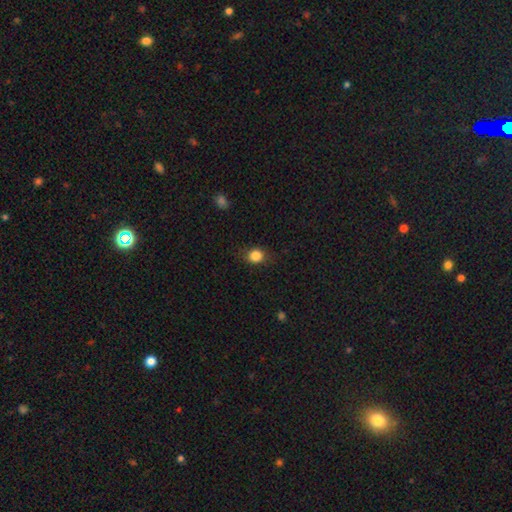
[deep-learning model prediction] smooth 84%, star or artifact 10%, featured or disk 5%. Down the decision tree: how rounded — round (73%); merging — none (81%).